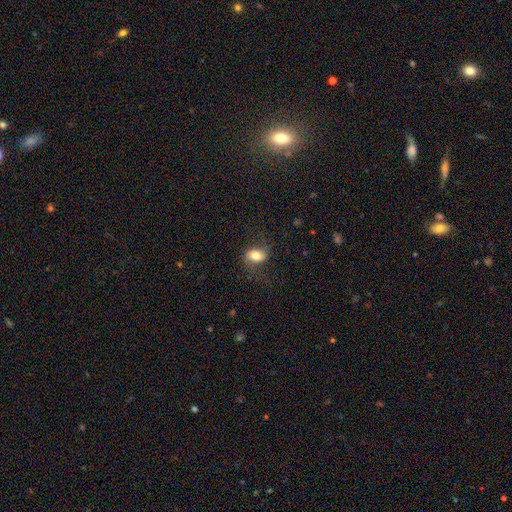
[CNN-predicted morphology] smooth_or_featured: smooth (p=0.70) [alt: featured or disk p=0.21]
how_rounded: in between (p=0.79) [alt: round p=0.18]
merging: none (p=0.69) [alt: minor disturbance p=0.19]